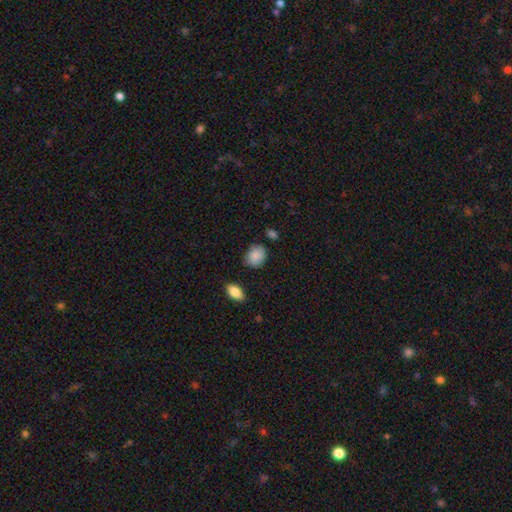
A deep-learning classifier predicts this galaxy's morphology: Q: Smooth or featured?
A: smooth (87%); runner-up: star or artifact (8%)
Q: How rounded?
A: round (58%); runner-up: in between (41%)
Q: Merging?
A: none (71%); runner-up: minor disturbance (21%)